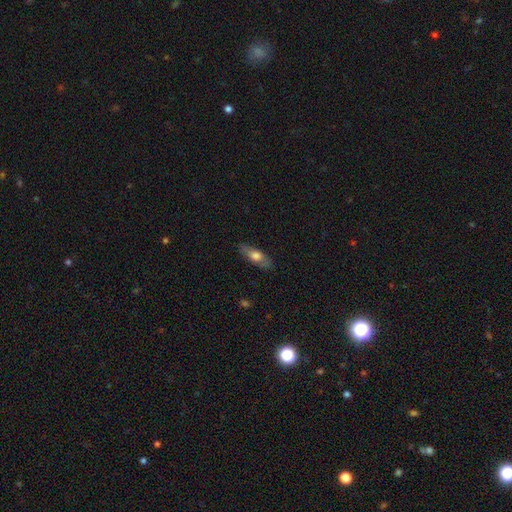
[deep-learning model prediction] Smooth or featured? Predicted: smooth (p=0.58). How rounded? Predicted: in between (p=0.62). Merging? Predicted: none (p=0.83).